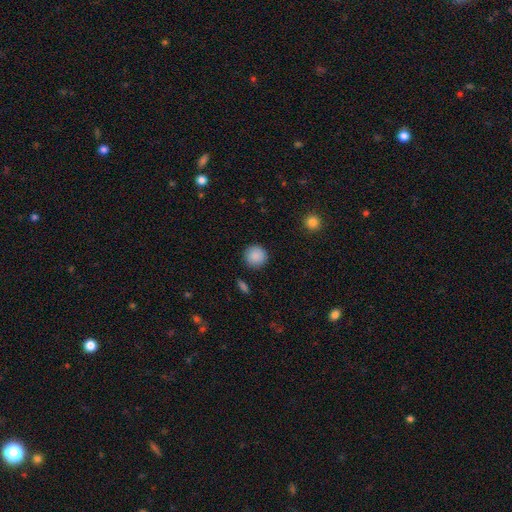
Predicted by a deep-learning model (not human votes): Morphology: type=smooth (89%); roundness=round (94%); merging=none (90%).